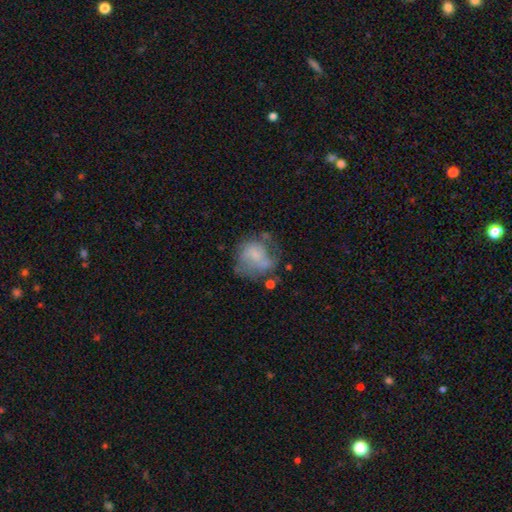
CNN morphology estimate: Overall: featured or disk (49%; smooth 41%). Merging: none (44%; major disturbance 25%).